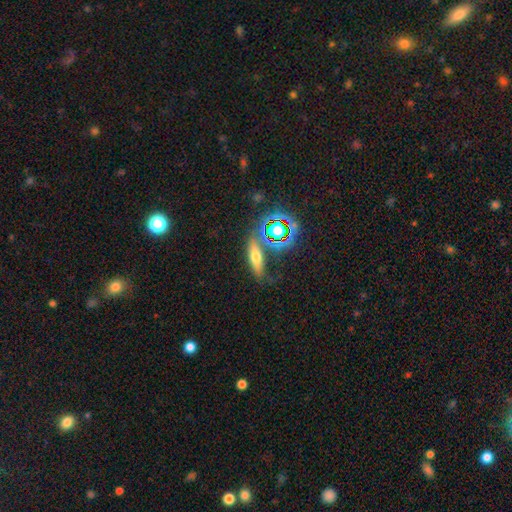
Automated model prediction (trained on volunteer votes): Morphology: type=smooth (51%); roundness=cigar-shaped (49%); merging=none (68%).